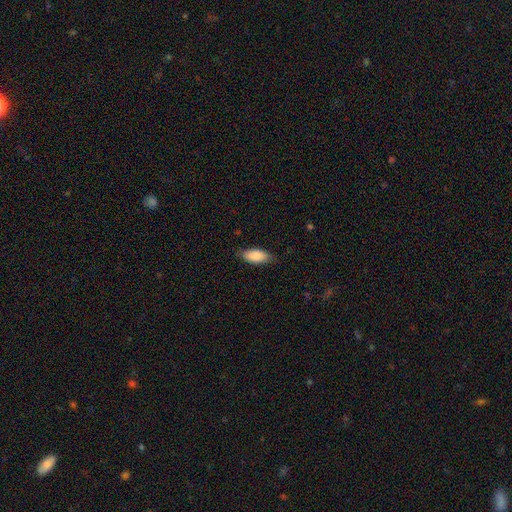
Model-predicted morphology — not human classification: smooth-or-featured: smooth: 87% | featured or disk: 7% | star or artifact: 6%
  how-rounded: in between: 85% | cigar-shaped: 13% | round: 2%
  merging: none: 80% | minor disturbance: 16% | major disturbance: 3% | merger: 1%